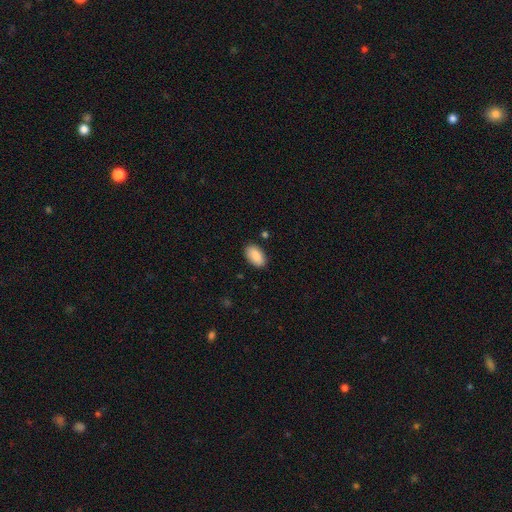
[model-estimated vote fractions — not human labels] Q: Smooth or featured?
A: smooth (88%); runner-up: star or artifact (6%)
Q: How rounded?
A: in between (94%); runner-up: round (4%)
Q: Merging?
A: none (87%); runner-up: minor disturbance (9%)